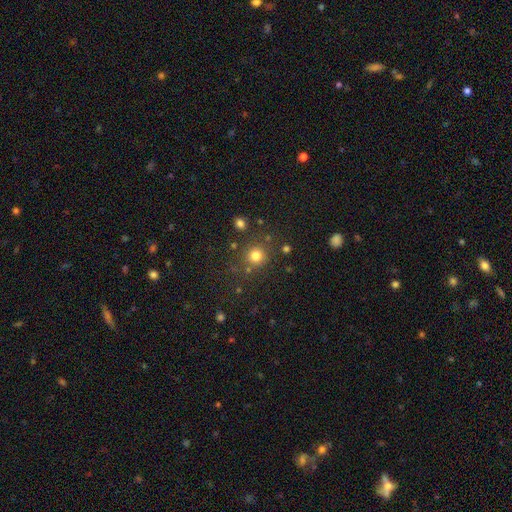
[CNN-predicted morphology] smooth-or-featured: smooth: 78% | star or artifact: 15% | featured or disk: 6%
  how-rounded: round: 92% | in between: 8% | cigar-shaped: 1%
  merging: none: 80% | minor disturbance: 9% | merger: 6% | major disturbance: 4%